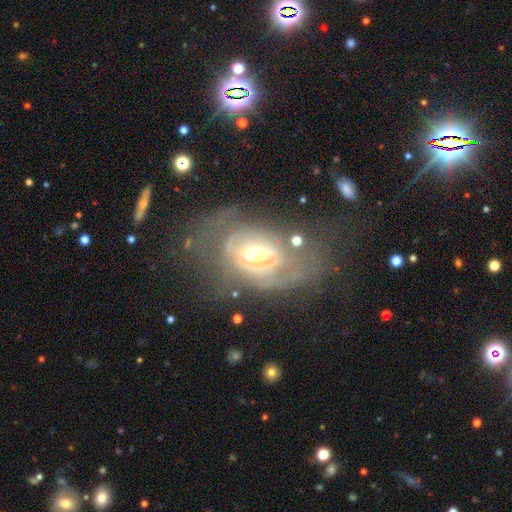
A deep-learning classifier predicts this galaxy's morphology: Q: Smooth or featured?
A: featured or disk (74%); runner-up: smooth (18%)
Q: Edge-on disk?
A: no (92%); runner-up: yes (8%)
Q: Bar?
A: no (62%); runner-up: weak (27%)
Q: Spiral arms?
A: yes (57%); runner-up: no (43%)
Q: Bulge size?
A: moderate (58%); runner-up: large (23%)
Q: Merging?
A: none (40%); runner-up: major disturbance (33%)